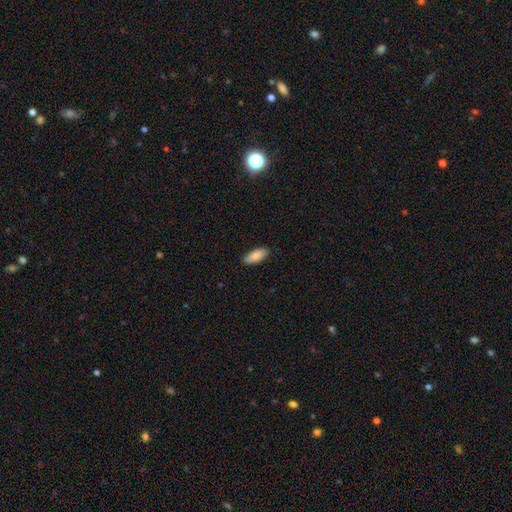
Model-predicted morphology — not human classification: A smooth galaxy with no disk features (86%) that is in between round and cigar-shaped (77%).

Vote fractions:
- Smooth or featured? smooth: 86% / featured or disk: 8% / star or artifact: 6%
- How rounded? in between: 77% / cigar-shaped: 21% / round: 2%
- Merging? none: 87% / minor disturbance: 10% / major disturbance: 2% / merger: 1%